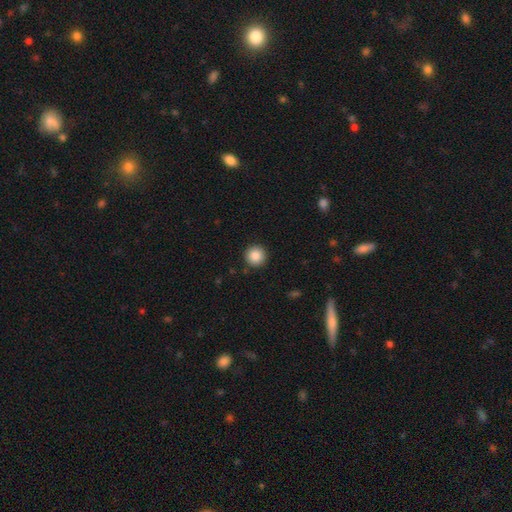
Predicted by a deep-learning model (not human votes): smooth_or_featured: smooth (p=0.87) [alt: star or artifact p=0.09]
how_rounded: round (p=0.96) [alt: in between p=0.03]
merging: none (p=0.92) [alt: minor disturbance p=0.05]